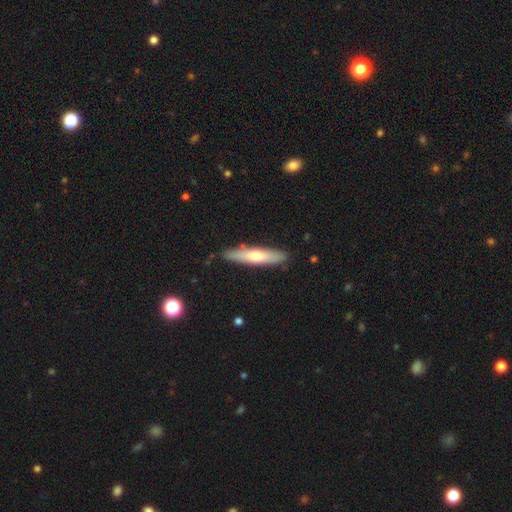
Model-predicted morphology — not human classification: type=smooth (54%); roundness=cigar-shaped (83%); merging=none (87%).